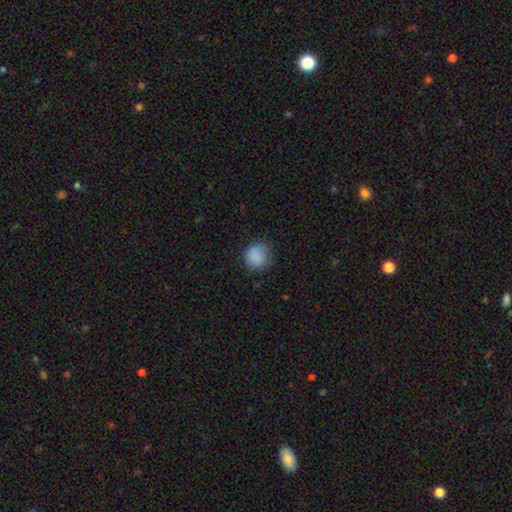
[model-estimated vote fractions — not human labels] Smooth or featured? Predicted: smooth (p=0.86). How rounded? Predicted: round (p=0.81). Merging? Predicted: none (p=0.75).